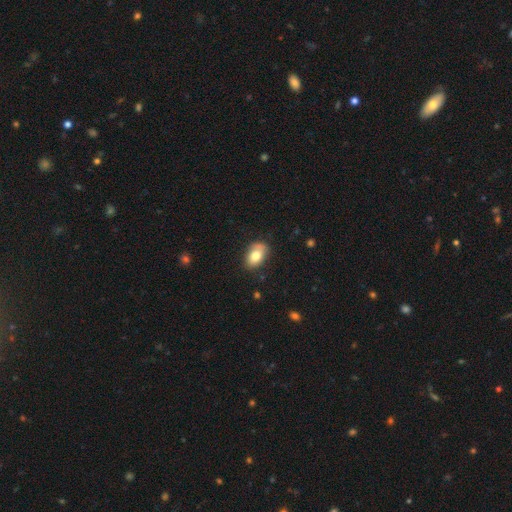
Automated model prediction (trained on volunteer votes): smooth-or-featured: smooth: 78% | featured or disk: 15% | star or artifact: 8%
  how-rounded: in between: 87% | round: 12% | cigar-shaped: 1%
  merging: none: 71% | minor disturbance: 22% | major disturbance: 5% | merger: 2%